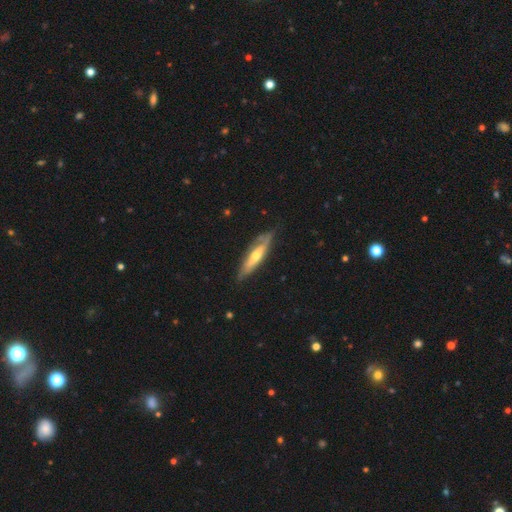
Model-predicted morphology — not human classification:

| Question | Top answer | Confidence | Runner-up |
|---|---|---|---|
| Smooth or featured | featured or disk | 61% | smooth (34%) |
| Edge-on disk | yes | 62% | no (38%) |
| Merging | none | 74% | minor disturbance (20%) |